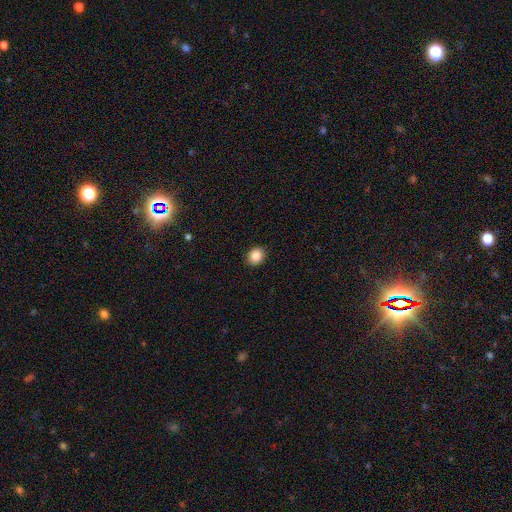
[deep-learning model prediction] Smooth or featured? Predicted: smooth (p=0.87). How rounded? Predicted: round (p=0.60). Merging? Predicted: none (p=0.91).